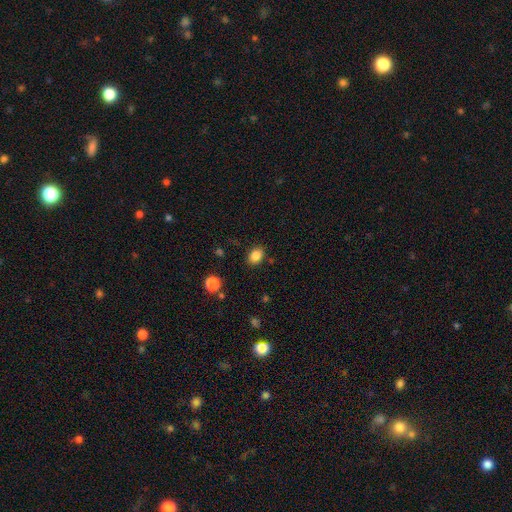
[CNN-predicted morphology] Smooth or featured? Predicted: smooth (p=0.85). How rounded? Predicted: in between (p=0.67). Merging? Predicted: none (p=0.85).